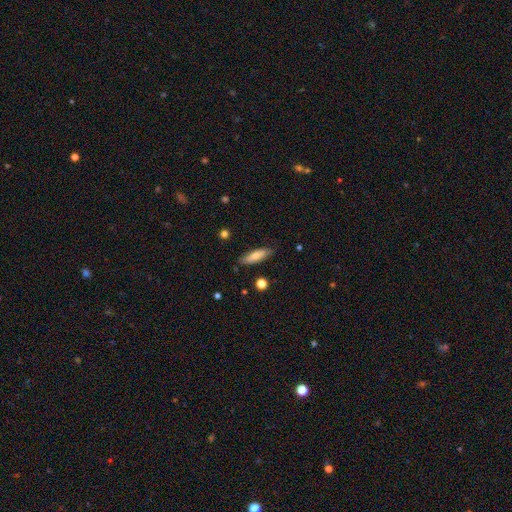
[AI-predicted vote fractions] This is likely a smooth galaxy (70%). How rounded: possibly cigar-shaped (53%). Merging: clearly none (82%).